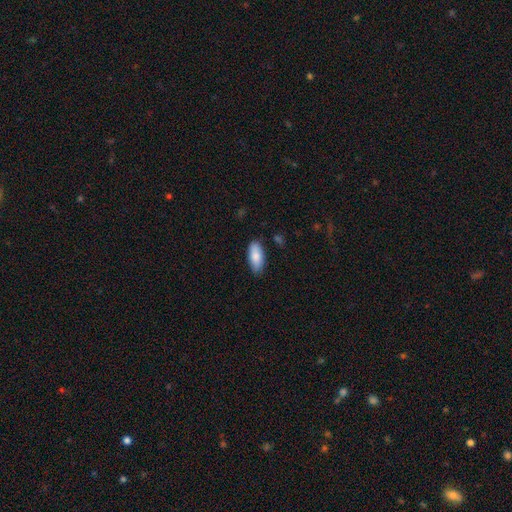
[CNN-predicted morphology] This is clearly a smooth galaxy (83%). How rounded: clearly in between (86%). Merging: clearly none (81%).